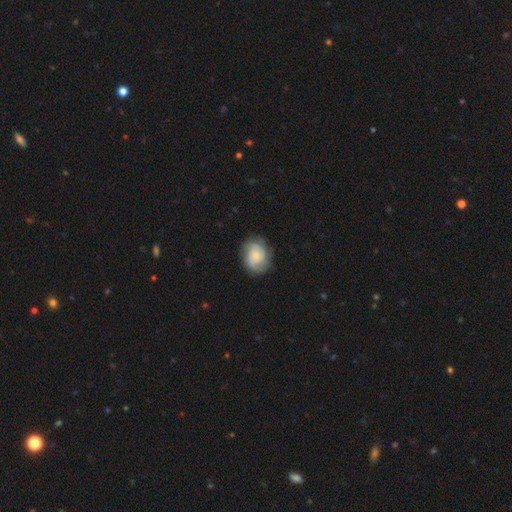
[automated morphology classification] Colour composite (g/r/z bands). It shows a featured or disk galaxy (52%) with no bar (77%), spiral arms (89%) and a small central bulge (55%). Merging: none (74%).